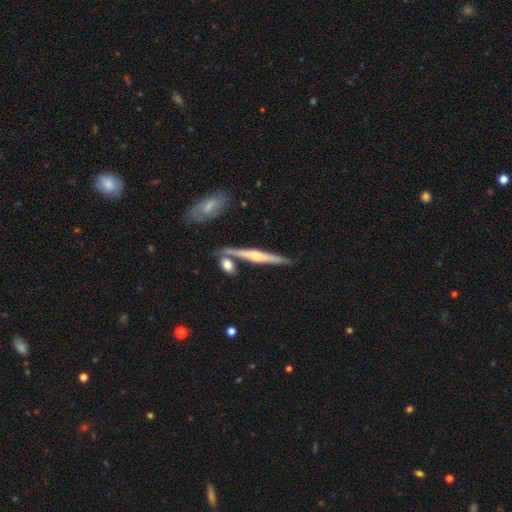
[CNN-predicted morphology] Smooth or featured? featured or disk (70%)
Edge-on disk? yes (96%)
Edge-on bulge? rounded (85%)
Merging? none (77%)